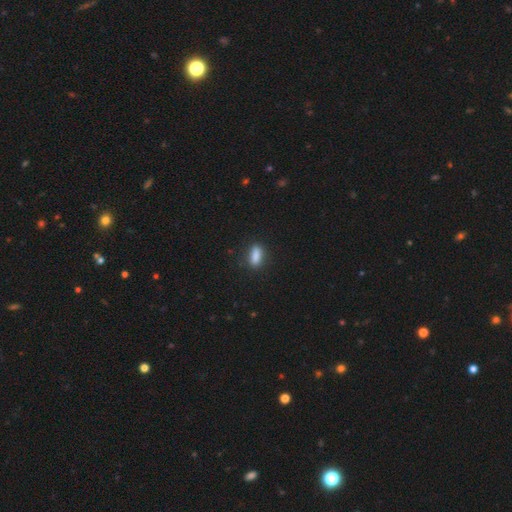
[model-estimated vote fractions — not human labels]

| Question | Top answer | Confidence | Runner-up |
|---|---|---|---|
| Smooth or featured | smooth | 86% | star or artifact (8%) |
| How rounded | in between | 60% | cigar-shaped (35%) |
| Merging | none | 85% | minor disturbance (11%) |